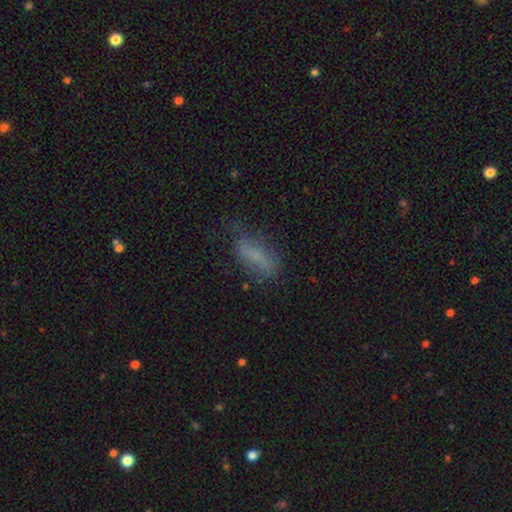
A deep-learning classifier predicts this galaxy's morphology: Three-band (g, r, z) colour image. It shows a smooth galaxy with no disk features (65%) that is in between round and cigar-shaped (63%). Merging: none (54%).